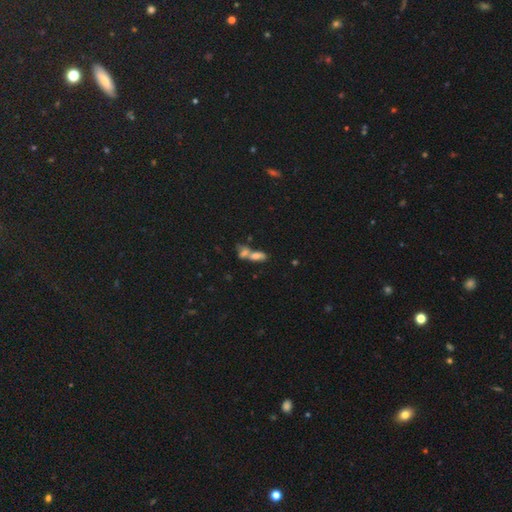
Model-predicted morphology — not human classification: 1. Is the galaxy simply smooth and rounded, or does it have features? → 69% smooth, 19% featured or disk, 12% star or artifact.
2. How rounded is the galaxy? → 78% in between, 15% cigar-shaped, 7% round.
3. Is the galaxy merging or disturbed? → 66% merger, 21% none, 7% minor disturbance, 5% major disturbance.